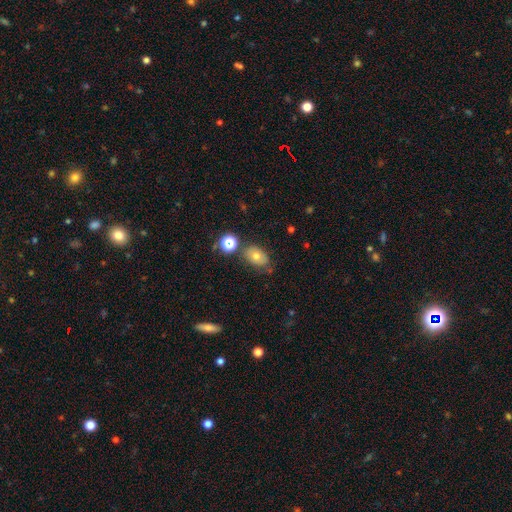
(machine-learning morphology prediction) type=smooth (65%); roundness=in between (77%); merging=none (65%).